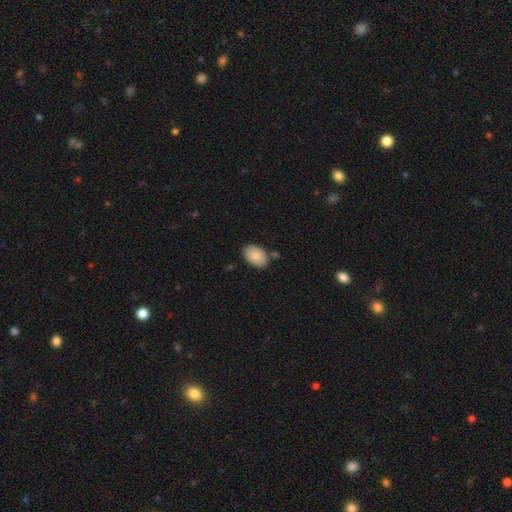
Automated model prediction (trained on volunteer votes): smooth-or-featured: smooth: 88% | star or artifact: 6% | featured or disk: 6%
  how-rounded: in between: 91% | round: 8% | cigar-shaped: 1%
  merging: none: 78% | minor disturbance: 14% | merger: 5% | major disturbance: 3%